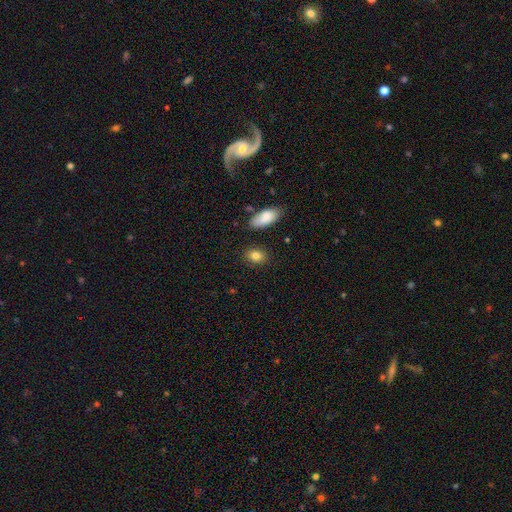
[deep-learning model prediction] smooth-or-featured: smooth: 84% | star or artifact: 9% | featured or disk: 8%
  how-rounded: in between: 72% | round: 26% | cigar-shaped: 2%
  merging: none: 84% | minor disturbance: 10% | merger: 3% | major disturbance: 3%